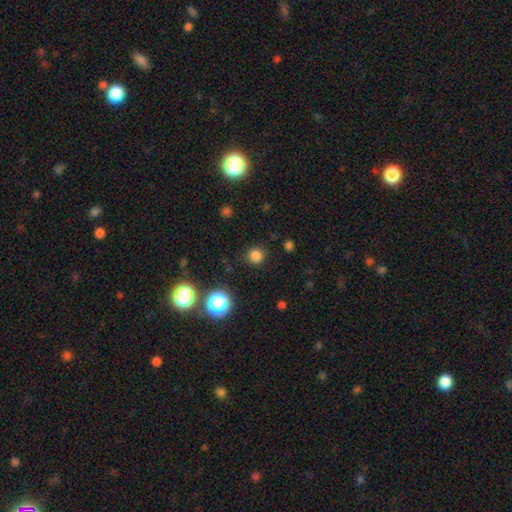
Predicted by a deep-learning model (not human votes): Smooth or featured: smooth — 79% (star or artifact — 18%)
How rounded: round — 94% (in between — 5%)
Merging: none — 88% (minor disturbance — 7%)